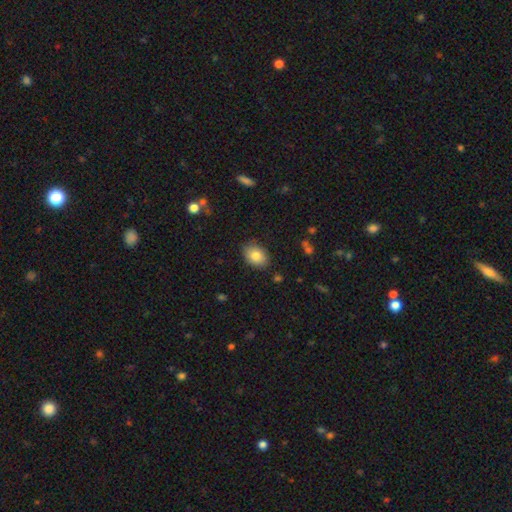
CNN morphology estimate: This appears to be a smooth galaxy with no disk features (83%) that is in between round and cigar-shaped (79%). Merging: none (84%).